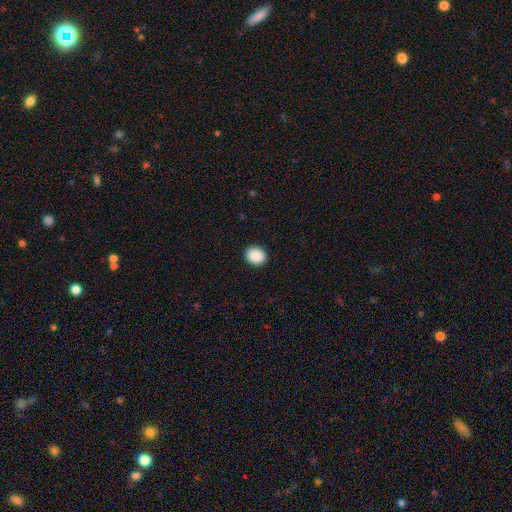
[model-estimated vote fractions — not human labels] This is clearly a smooth galaxy (89%). How rounded: likely round (61%). Merging: clearly none (92%).